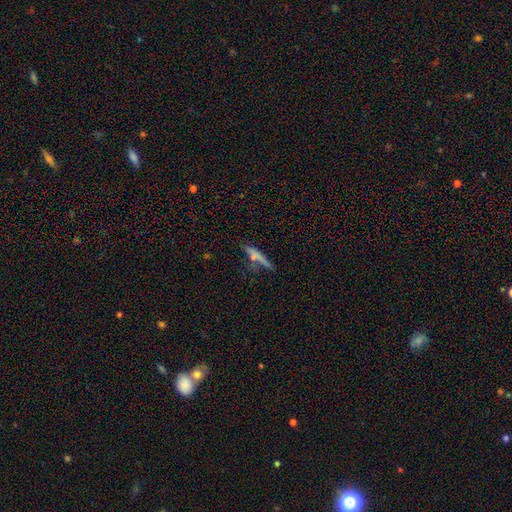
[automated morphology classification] The model was most divided on "smooth or featured": smooth: 58%, featured or disk: 29%, star or artifact: 12%. More confident: how rounded — cigar-shaped (83%); merging — none (62%).